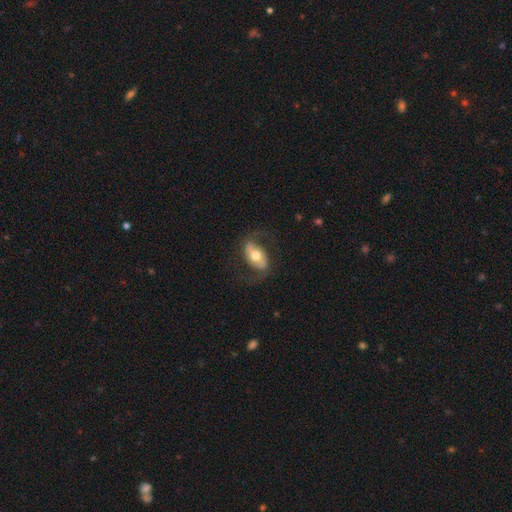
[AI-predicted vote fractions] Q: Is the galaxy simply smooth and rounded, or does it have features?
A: featured or disk — 70%.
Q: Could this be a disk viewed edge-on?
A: no — 94%.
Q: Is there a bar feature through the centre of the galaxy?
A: no — 35%.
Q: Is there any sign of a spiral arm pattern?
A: yes — 85%.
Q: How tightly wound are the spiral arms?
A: loose — 51%.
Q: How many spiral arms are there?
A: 2 — 91%.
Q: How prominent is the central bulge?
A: moderate — 69%.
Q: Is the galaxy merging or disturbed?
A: none — 71%.